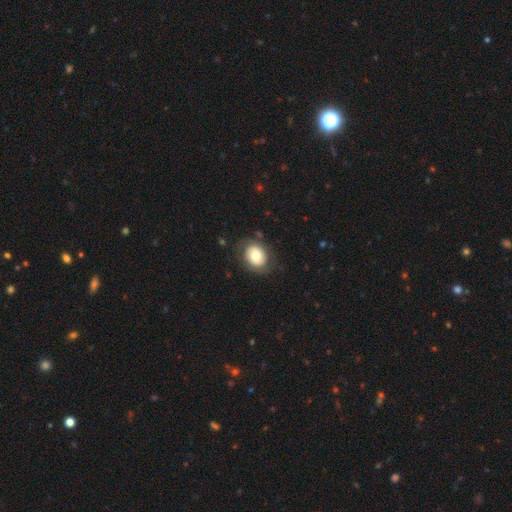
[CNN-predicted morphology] Q: Smooth or featured?
A: smooth (66%); runner-up: featured or disk (26%)
Q: How rounded?
A: round (56%); runner-up: in between (43%)
Q: Merging?
A: none (77%); runner-up: minor disturbance (15%)